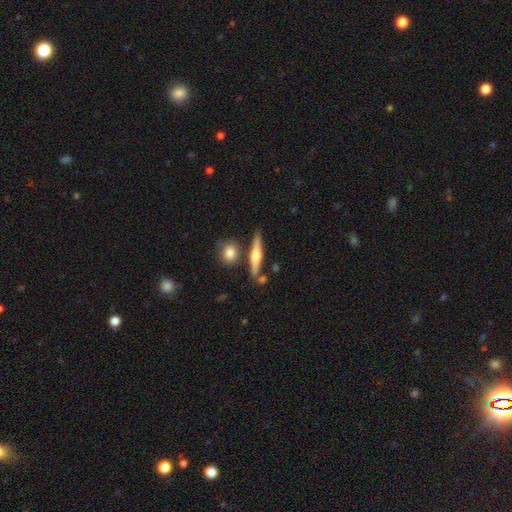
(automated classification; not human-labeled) This is possibly a featured or disk galaxy (55%). It is clearly viewed edge-on (95%). Edge-on bulge: clearly rounded (88%). Merging: likely none (77%).